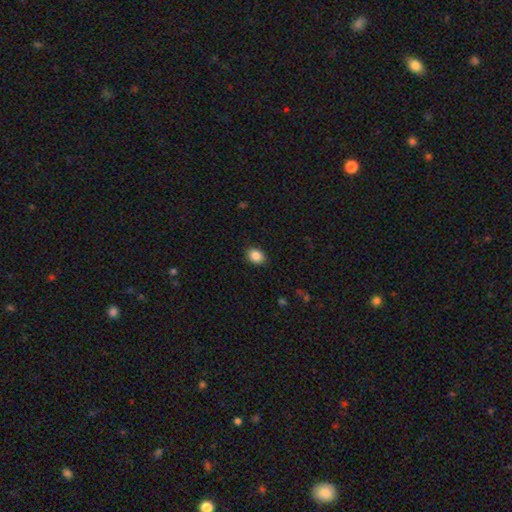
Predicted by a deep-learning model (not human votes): This appears to be a smooth galaxy with no disk features (87%) that is in between round and cigar-shaped (62%). Merging: none (89%).